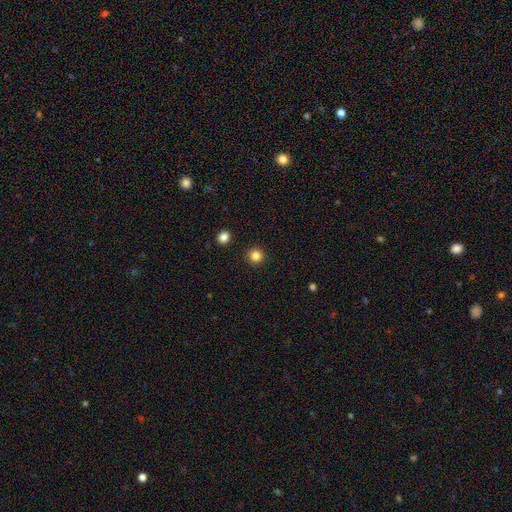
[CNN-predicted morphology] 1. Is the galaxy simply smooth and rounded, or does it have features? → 84% smooth, 12% star or artifact, 4% featured or disk.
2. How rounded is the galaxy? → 95% round, 4% in between, 1% cigar-shaped.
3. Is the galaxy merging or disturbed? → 93% none, 4% minor disturbance, 2% major disturbance, 1% merger.